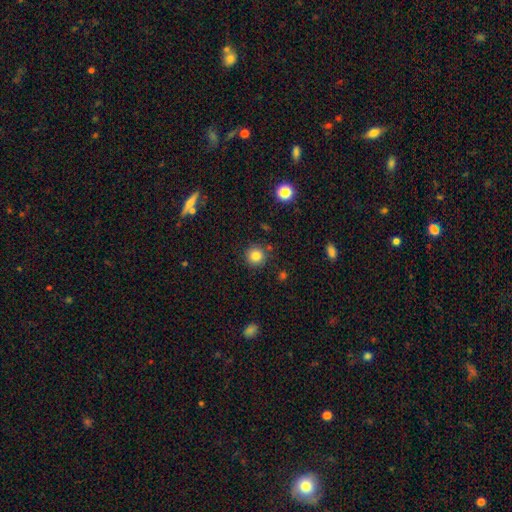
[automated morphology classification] smooth_or_featured: smooth (p=0.83) [alt: star or artifact p=0.11]
how_rounded: round (p=0.94) [alt: in between p=0.05]
merging: none (p=0.87) [alt: minor disturbance p=0.07]